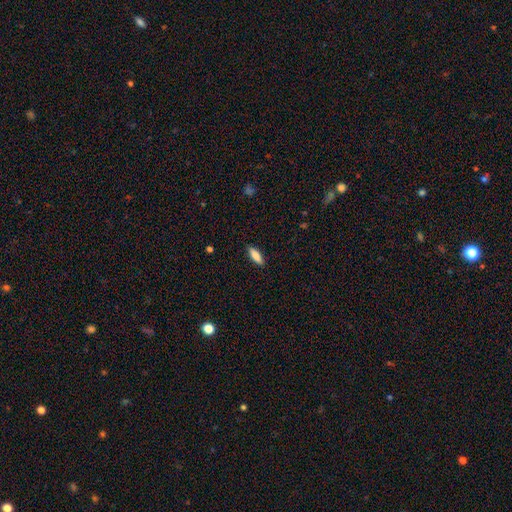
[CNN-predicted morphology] Smooth or featured: smooth — 80% (featured or disk — 13%)
How rounded: in between — 59% (cigar-shaped — 39%)
Merging: none — 89% (minor disturbance — 8%)